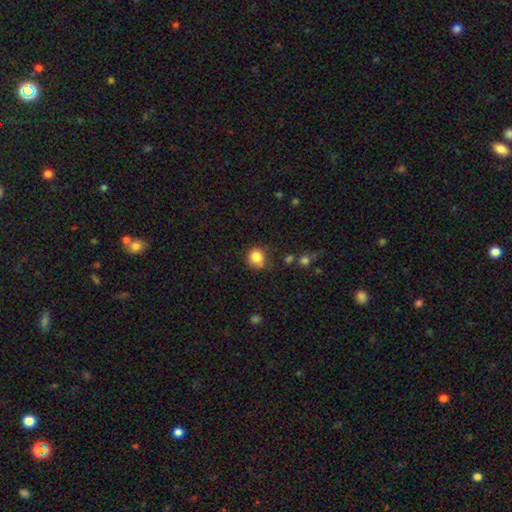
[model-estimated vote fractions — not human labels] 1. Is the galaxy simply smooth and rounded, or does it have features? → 83% smooth, 11% star or artifact, 6% featured or disk.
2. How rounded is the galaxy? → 79% round, 20% in between, 1% cigar-shaped.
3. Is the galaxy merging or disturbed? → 62% none, 22% minor disturbance, 9% merger, 7% major disturbance.